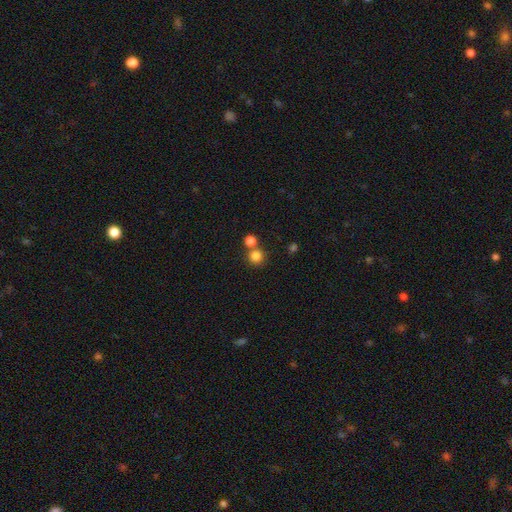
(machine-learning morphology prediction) Smooth or featured? smooth (82%)
How rounded? round (92%)
Merging? none (64%)